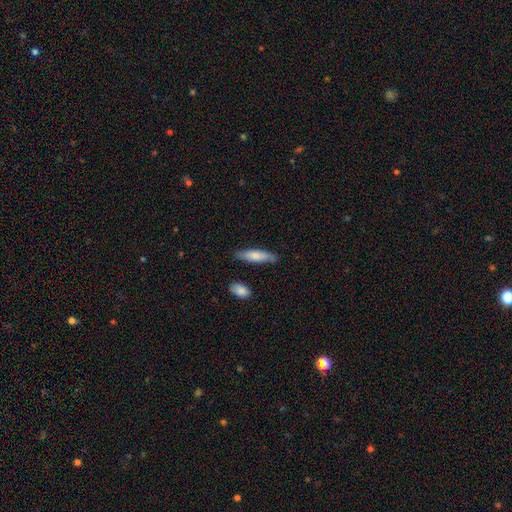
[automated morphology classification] Smooth or featured? Predicted: smooth (p=0.75). How rounded? Predicted: cigar-shaped (p=0.69). Merging? Predicted: none (p=0.78).